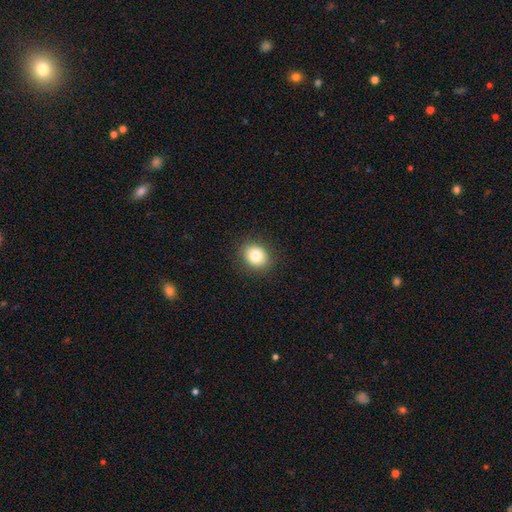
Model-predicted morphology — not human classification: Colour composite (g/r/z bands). It shows a smooth galaxy with no disk features (81%) that is round (61%). Merging: none (90%).